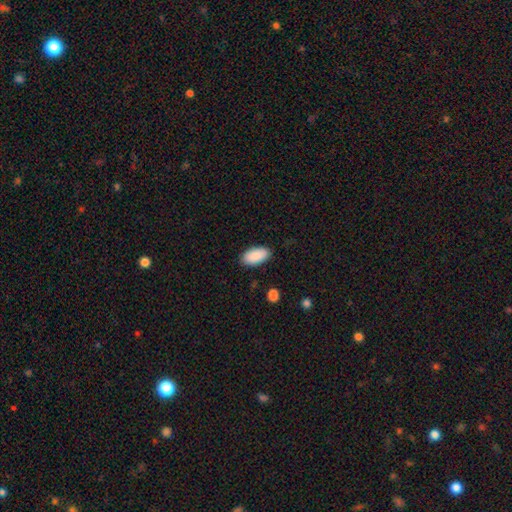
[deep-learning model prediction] smooth 90%, star or artifact 6%, featured or disk 3%. Down the decision tree: how rounded — in between (95%); merging — none (88%).